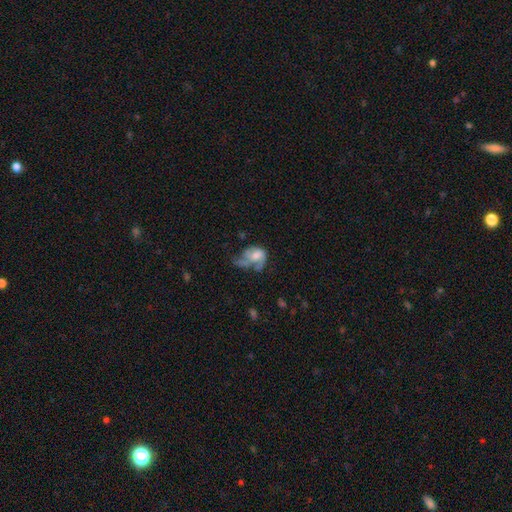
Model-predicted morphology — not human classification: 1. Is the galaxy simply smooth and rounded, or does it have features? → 48% featured or disk, 43% smooth, 9% star or artifact.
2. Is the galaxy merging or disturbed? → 45% major disturbance, 22% minor disturbance, 20% none, 13% merger.